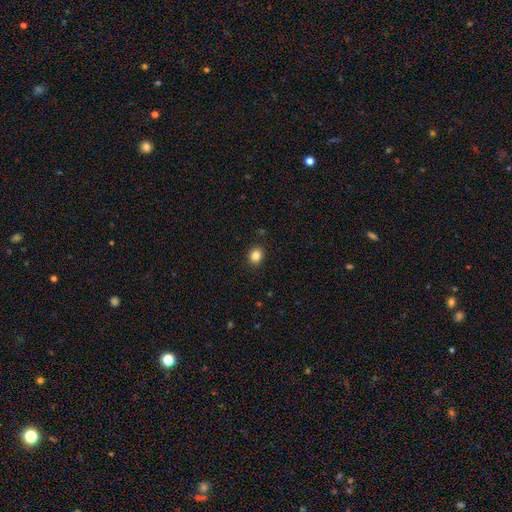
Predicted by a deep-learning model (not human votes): This is clearly a smooth galaxy (85%). How rounded: likely round (64%). Merging: clearly none (89%).